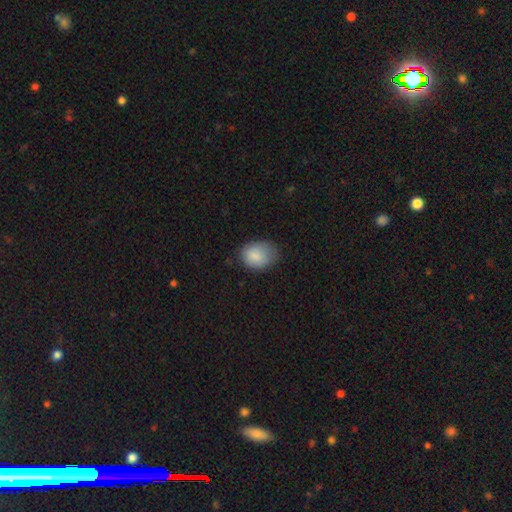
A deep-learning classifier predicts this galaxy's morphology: This appears to be a smooth galaxy with no disk features (86%) that is in between round and cigar-shaped (61%). Merging: none (62%).